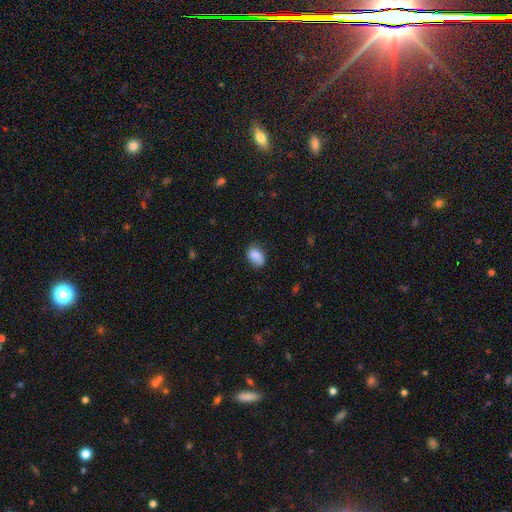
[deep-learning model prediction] The model was most divided on "merging": none: 63%, minor disturbance: 27%, major disturbance: 7%, merger: 3%. More confident: smooth or featured — smooth (84%); how rounded — in between (80%).